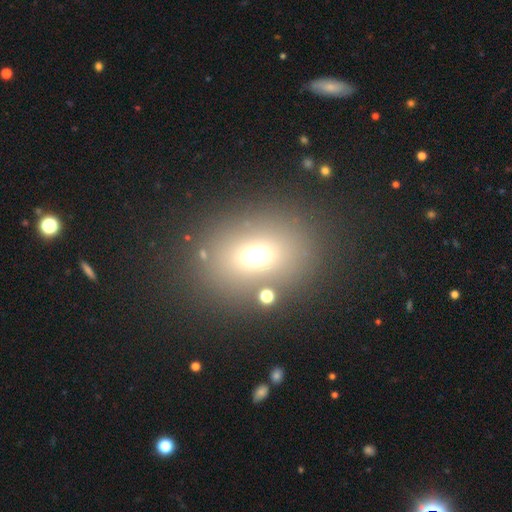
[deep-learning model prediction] smooth_or_featured: smooth (p=0.68) [alt: star or artifact p=0.21]
how_rounded: in between (p=0.55) [alt: round p=0.44]
merging: none (p=0.75) [alt: minor disturbance p=0.10]